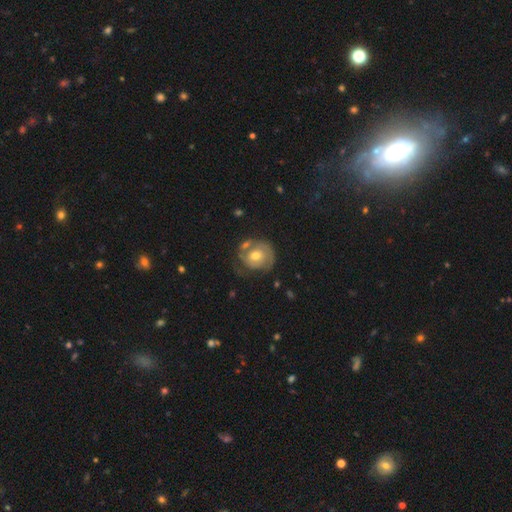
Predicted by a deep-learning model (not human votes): This appears to be a featured or disk galaxy (70%) with no bar (74%), 2 (57%) tight (62%) spiral arms (84%) and a moderate central bulge (72%). Merging: none (57%).